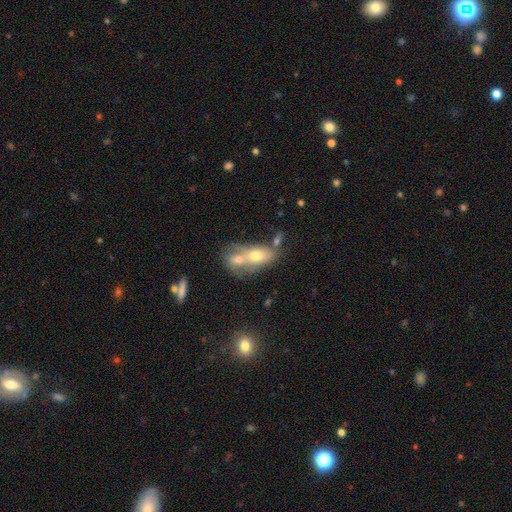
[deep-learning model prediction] Q: Smooth or featured?
A: smooth (60%); runner-up: featured or disk (30%)
Q: How rounded?
A: in between (78%); runner-up: round (14%)
Q: Merging?
A: merger (67%); runner-up: none (20%)